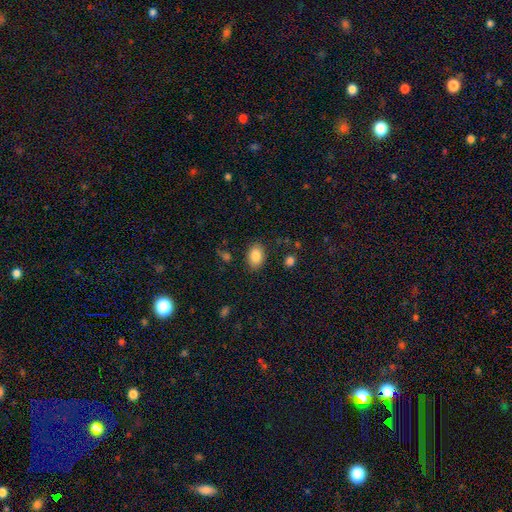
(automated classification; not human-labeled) Smooth or featured? Predicted: smooth (p=0.86). How rounded? Predicted: in between (p=0.84). Merging? Predicted: none (p=0.85).